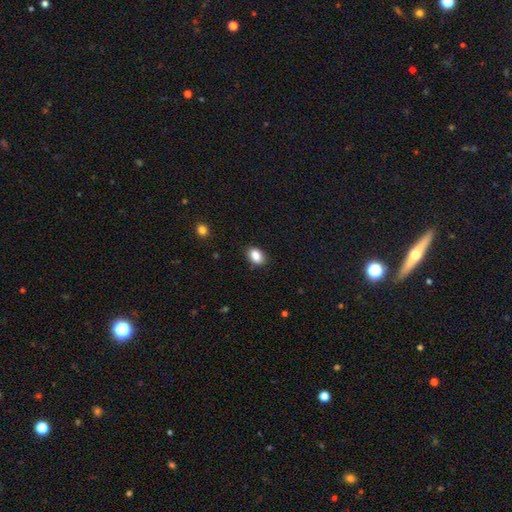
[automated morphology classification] Smooth or featured?
  - smooth: 87% *
  - star or artifact: 8%
  - featured or disk: 4%
How rounded?
  - in between: 84% *
  - round: 15%
  - cigar-shaped: 1%
Merging?
  - none: 85% *
  - minor disturbance: 11%
  - major disturbance: 2%
  - merger: 1%